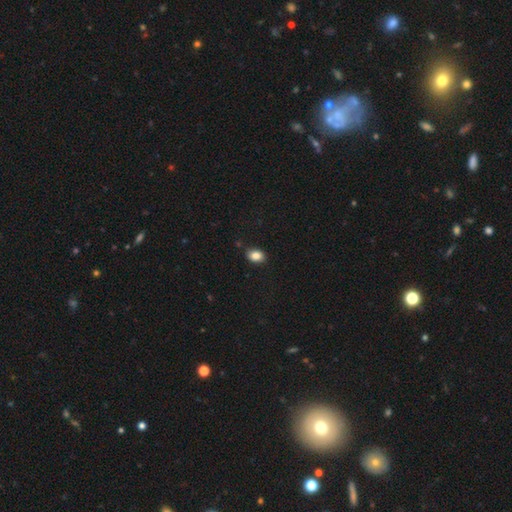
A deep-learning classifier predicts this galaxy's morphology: Smooth or featured: smooth — 86% (star or artifact — 9%)
How rounded: in between — 76% (round — 22%)
Merging: none — 86% (minor disturbance — 10%)